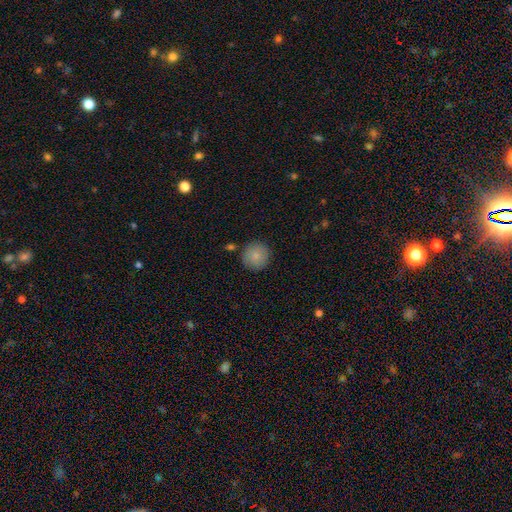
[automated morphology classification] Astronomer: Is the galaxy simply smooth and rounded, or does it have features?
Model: smooth — 85%.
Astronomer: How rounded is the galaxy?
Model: round — 95%.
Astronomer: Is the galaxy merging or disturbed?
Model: none — 87%.